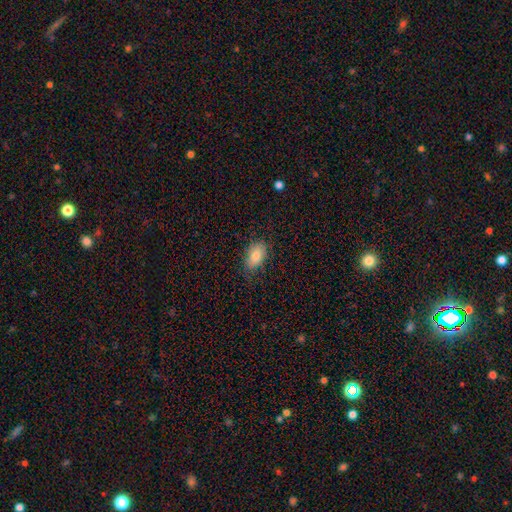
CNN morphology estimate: smooth-or-featured: smooth: 82% | featured or disk: 10% | star or artifact: 8%
  how-rounded: in between: 90% | round: 8% | cigar-shaped: 2%
  merging: none: 76% | minor disturbance: 18% | major disturbance: 4% | merger: 1%